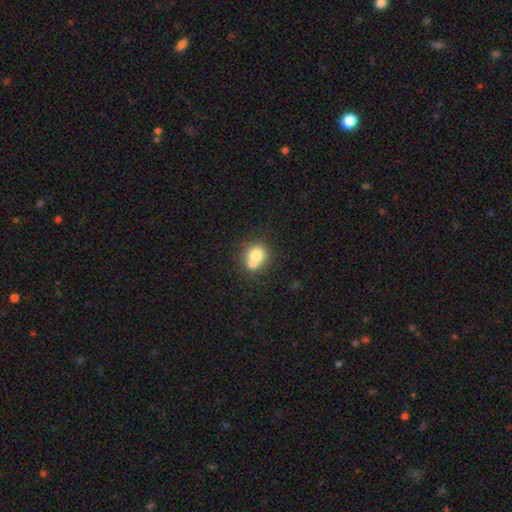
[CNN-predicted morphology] This appears to be a smooth galaxy with no disk features (72%) that is round (72%). Merging: merger (46%).